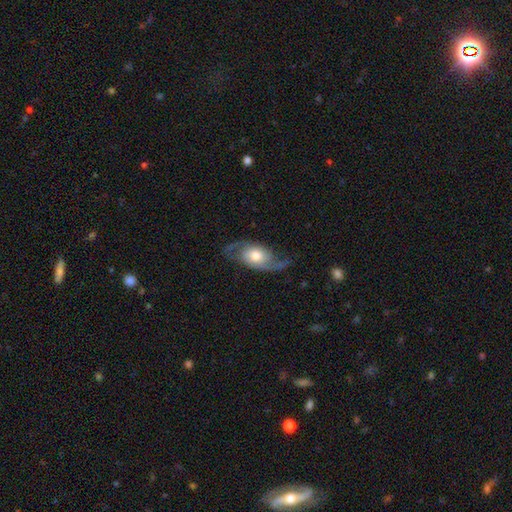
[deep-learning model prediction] Smooth or featured?
  - featured or disk: 77% *
  - smooth: 17%
  - star or artifact: 5%
Edge-on disk?
  - no: 94% *
  - yes: 6%
Bar?
  - no: 73% *
  - weak: 22%
  - strong: 5%
Spiral arms?
  - yes: 92% *
  - no: 8%
Spiral winding?
  - loose: 53% *
  - medium: 35%
  - tight: 11%
Spiral arm count?
  - 2: 89% *
  - 1: 4%
  - can't tell: 4%
  - 3: 1%
  - 4: 1%
  - more than 4: 1%
Bulge size?
  - moderate: 61% *
  - large: 21%
  - small: 13%
  - dominant: 3%
  - none: 2%
Merging?
  - none: 67% *
  - minor disturbance: 19%
  - major disturbance: 13%
  - merger: 2%